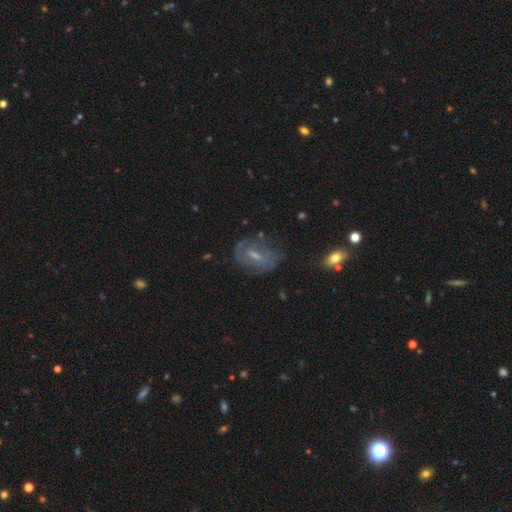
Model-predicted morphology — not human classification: Smooth or featured? Predicted: featured or disk (p=0.62). Edge-on disk? Predicted: no (p=0.94). Bar? Predicted: weak (p=0.52). Spiral arms? Predicted: yes (p=0.68). Bulge size? Predicted: small (p=0.43). Merging? Predicted: none (p=0.59).